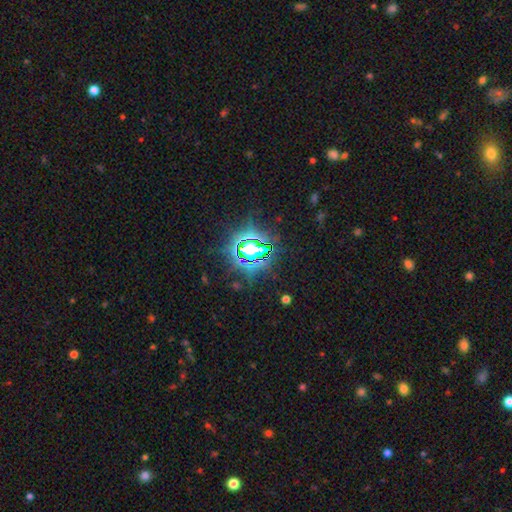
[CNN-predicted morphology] This is likely a star or artifact rather than a galaxy (78%).